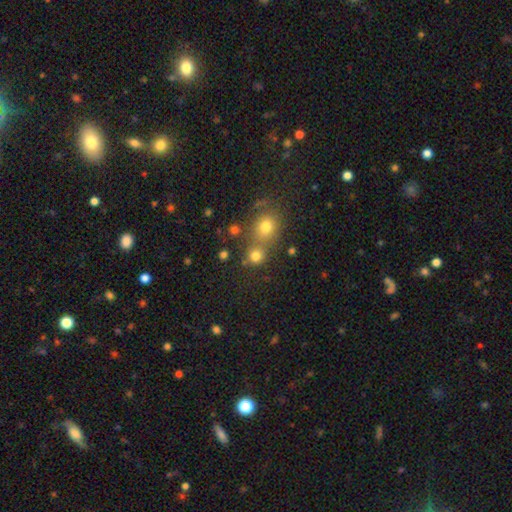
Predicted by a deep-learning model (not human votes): A smooth galaxy with no disk features (77%) that is round (85%). Merging: none (56%).